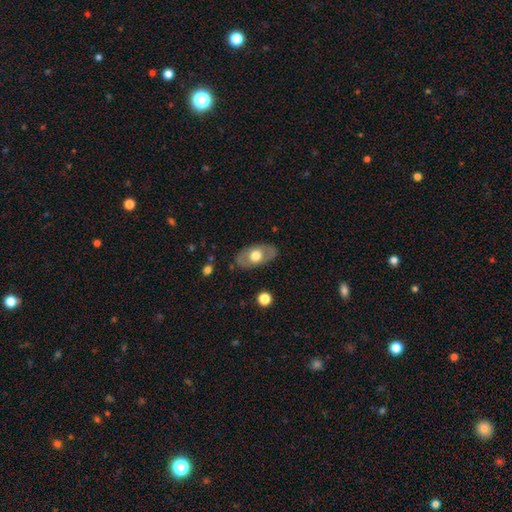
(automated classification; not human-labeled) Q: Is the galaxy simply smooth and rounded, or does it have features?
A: smooth — 47%, tied with featured or disk.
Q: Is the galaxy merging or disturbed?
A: none — 83%.